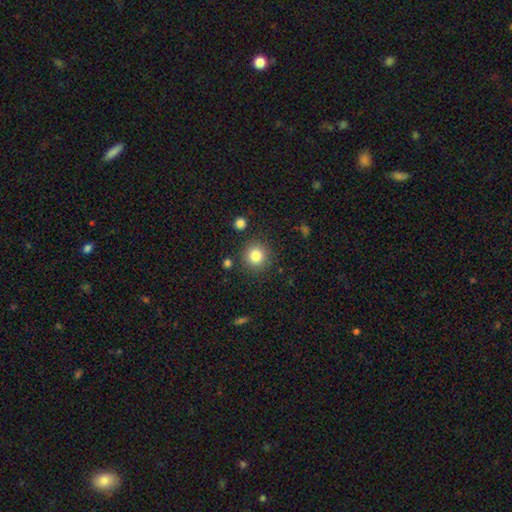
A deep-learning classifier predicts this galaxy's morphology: Overall: smooth (83%). How rounded: round (94%). Merging: none (87%).